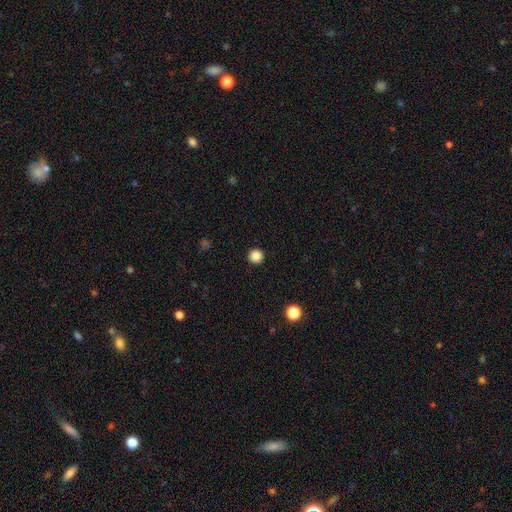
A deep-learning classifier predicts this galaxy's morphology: Smooth or featured?
  - smooth: 86% *
  - star or artifact: 11%
  - featured or disk: 3%
How rounded?
  - round: 96% *
  - in between: 3%
  - cigar-shaped: 1%
Merging?
  - none: 93% *
  - minor disturbance: 4%
  - major disturbance: 2%
  - merger: 1%